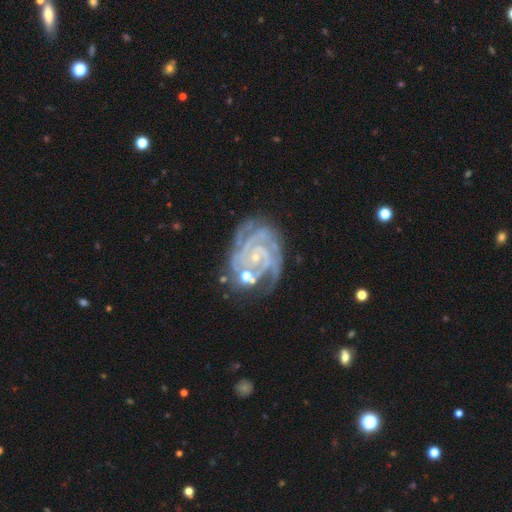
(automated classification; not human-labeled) A featured or disk galaxy (90%) with no bar (62%), 3 (32%) tight (75%) spiral arms (98%) and a small central bulge (81%). Merging: none (64%).